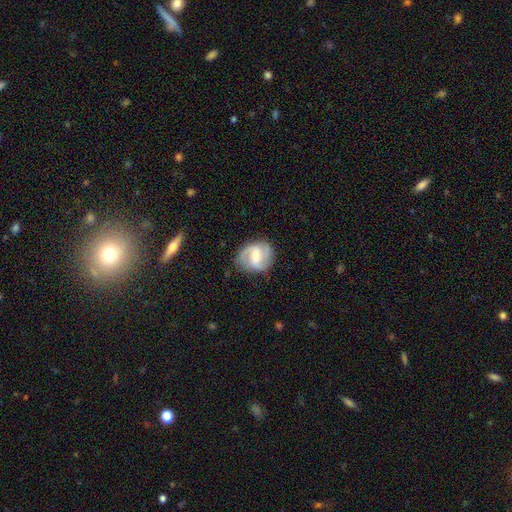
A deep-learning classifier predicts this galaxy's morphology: type=featured or disk (77%); edge-on=no (98%); bar=weak (49%); spiral arms=yes (93%); winding=medium (50%); arm count=2 (80%); bulge=moderate (46%); merging=none (74%).